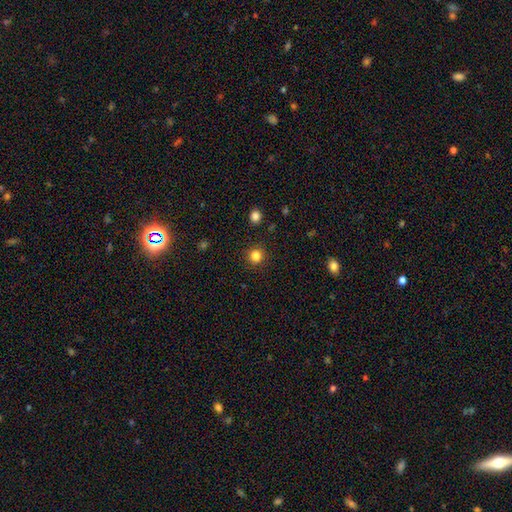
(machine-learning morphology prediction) A smooth galaxy with no disk features (83%) that is round (93%). Merging: none (90%).